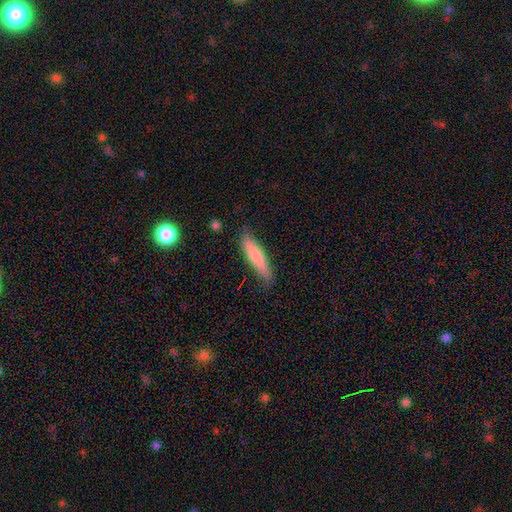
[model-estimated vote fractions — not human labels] The model was most divided on "how rounded": cigar-shaped: 79%, in between: 20%, round: 1%. More confident: merging — none (82%); smooth or featured — smooth (78%).